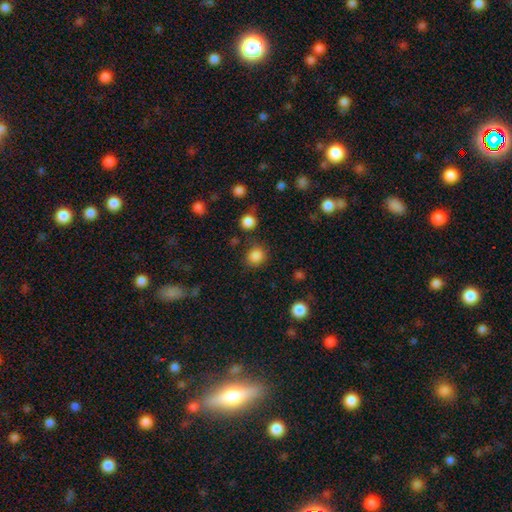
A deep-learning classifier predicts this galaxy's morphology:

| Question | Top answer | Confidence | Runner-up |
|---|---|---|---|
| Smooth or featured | smooth | 85% | star or artifact (11%) |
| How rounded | round | 82% | in between (17%) |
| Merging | none | 82% | minor disturbance (10%) |